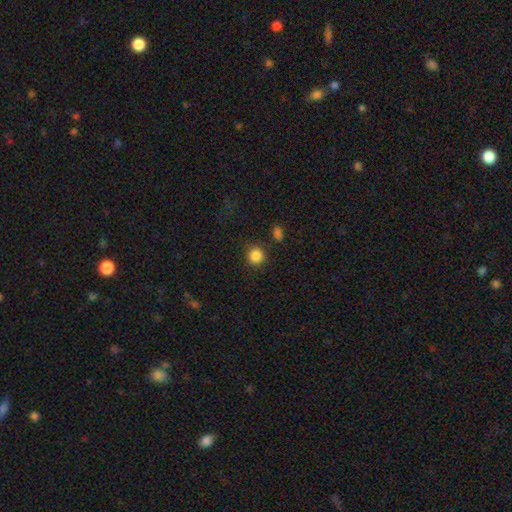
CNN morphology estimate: smooth-or-featured: smooth: 86% | star or artifact: 10% | featured or disk: 4%
  how-rounded: round: 92% | in between: 7% | cigar-shaped: 1%
  merging: none: 85% | minor disturbance: 8% | merger: 4% | major disturbance: 3%